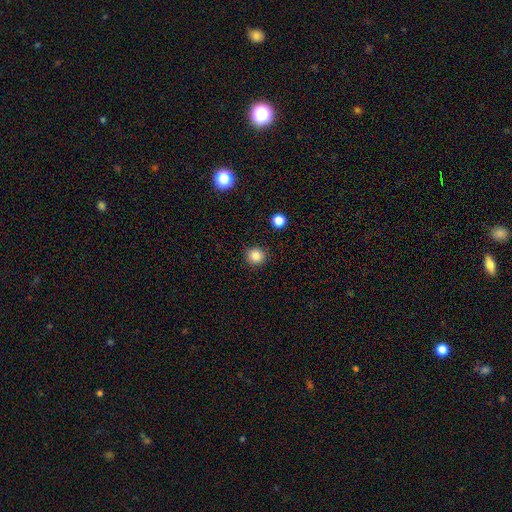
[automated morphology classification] Smooth or featured?
  - smooth: 83% *
  - star or artifact: 11%
  - featured or disk: 5%
How rounded?
  - round: 93% *
  - in between: 6%
  - cigar-shaped: 1%
Merging?
  - none: 92% *
  - minor disturbance: 5%
  - major disturbance: 2%
  - merger: 1%